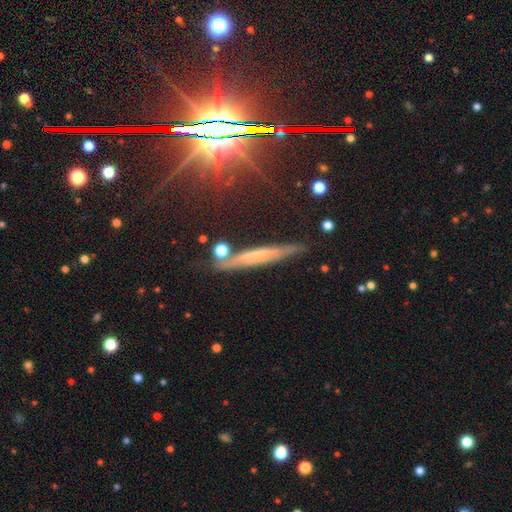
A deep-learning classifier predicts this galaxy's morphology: Smooth or featured?
  - featured or disk: 50% *
  - smooth: 35%
  - star or artifact: 14%
Edge-on disk?
  - yes: 85% *
  - no: 15%
Merging?
  - none: 74% *
  - minor disturbance: 18%
  - merger: 4%
  - major disturbance: 4%